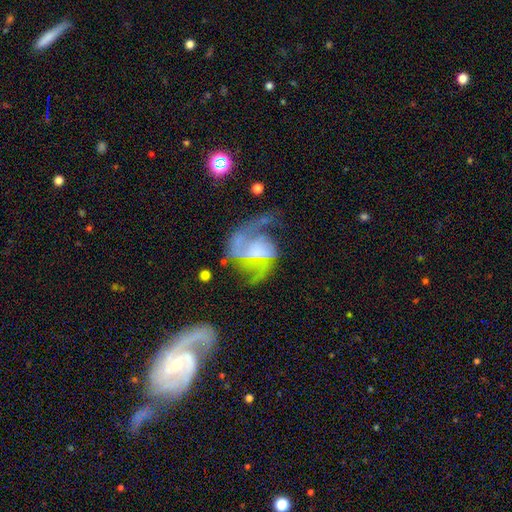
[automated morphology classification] type=featured or disk (85%); edge-on=no (98%); bar=weak (42%); spiral arms=yes (94%); winding=medium (45%); arm count=2 (71%); bulge=none (39%); merging=none (44%).